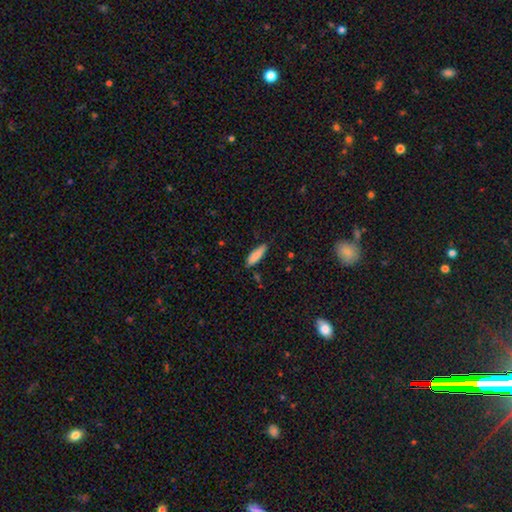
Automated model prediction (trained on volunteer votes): This is clearly a smooth galaxy (86%). How rounded: possibly cigar-shaped (50%). Merging: likely none (76%).